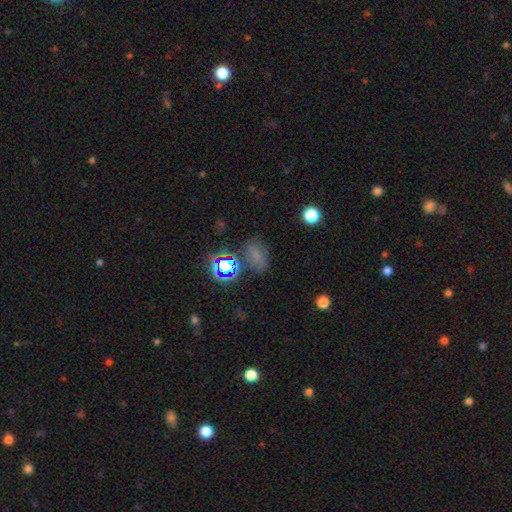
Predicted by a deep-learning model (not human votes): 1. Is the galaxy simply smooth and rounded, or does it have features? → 52% smooth, 36% star or artifact, 12% featured or disk.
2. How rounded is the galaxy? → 70% in between, 25% round, 5% cigar-shaped.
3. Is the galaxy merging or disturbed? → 69% none, 17% minor disturbance, 8% major disturbance, 7% merger.